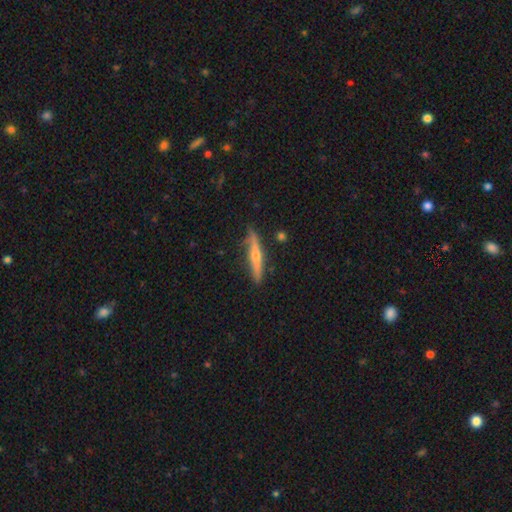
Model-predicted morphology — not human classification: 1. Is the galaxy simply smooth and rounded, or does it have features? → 62% featured or disk, 32% smooth, 6% star or artifact.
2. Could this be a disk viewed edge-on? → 95% yes, 5% no.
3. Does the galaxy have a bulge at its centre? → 86% rounded, 11% none, 3% boxy.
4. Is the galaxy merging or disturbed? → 82% none, 14% minor disturbance, 2% major disturbance, 2% merger.